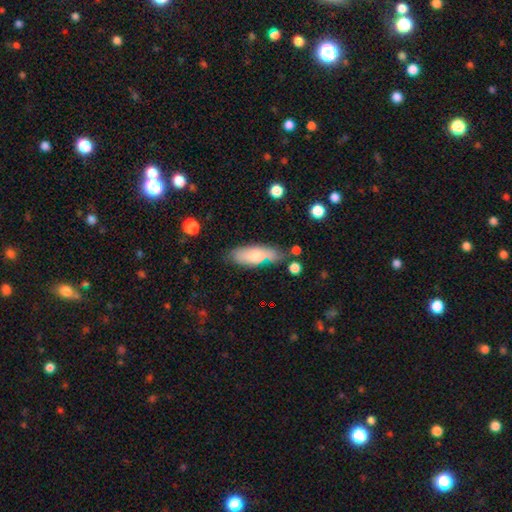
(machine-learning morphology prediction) Smooth or featured? Predicted: smooth (p=0.74). How rounded? Predicted: in between (p=0.68). Merging? Predicted: none (p=0.63).